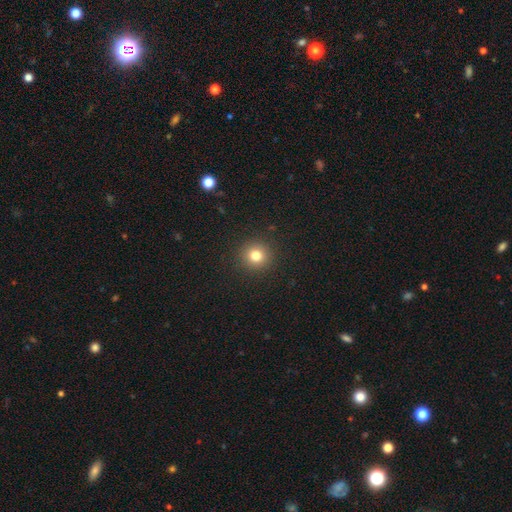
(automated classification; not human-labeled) This is likely a smooth galaxy (79%). How rounded: clearly round (94%). Merging: clearly none (92%).